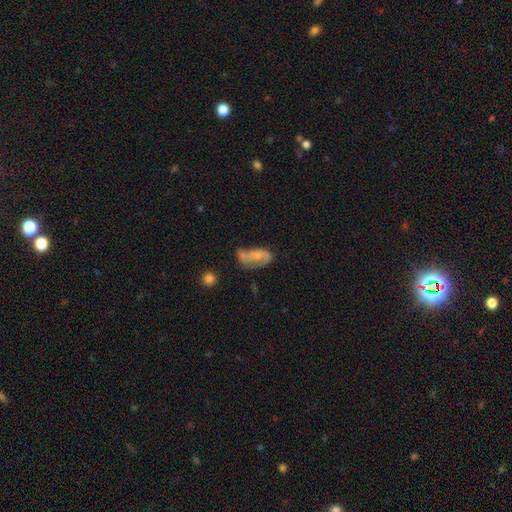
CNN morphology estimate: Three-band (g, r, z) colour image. It shows a featured or disk galaxy (54%) with no bar (63%), spiral arms (68%) and a small central bulge (48%). Merging: none (32%).